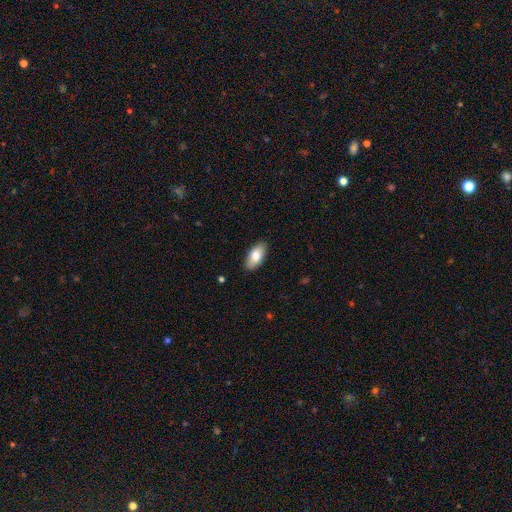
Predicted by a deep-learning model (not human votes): This is clearly a smooth galaxy (80%). How rounded: clearly in between (91%). Merging: clearly none (88%).